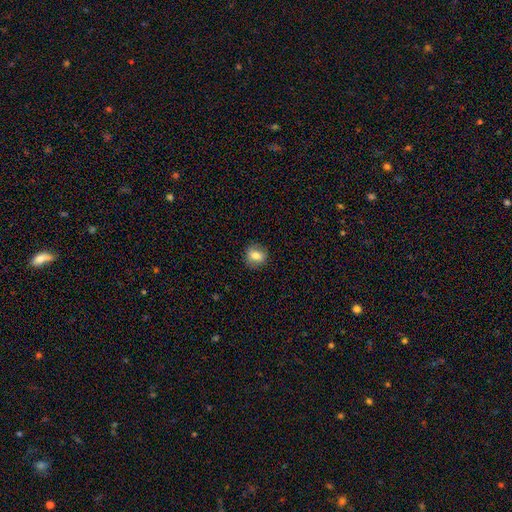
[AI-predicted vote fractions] smooth_or_featured: smooth (p=0.78) [alt: featured or disk p=0.13]
how_rounded: round (p=0.76) [alt: in between p=0.23]
merging: none (p=0.87) [alt: minor disturbance p=0.09]